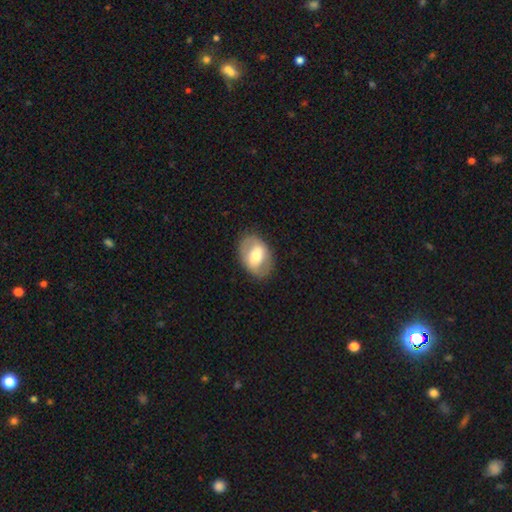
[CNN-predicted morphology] A smooth galaxy with no disk features (47%).

Vote fractions:
- Smooth or featured? smooth: 47% / featured or disk: 46% / star or artifact: 6%
- Merging? none: 82% / minor disturbance: 12% / major disturbance: 5% / merger: 1%